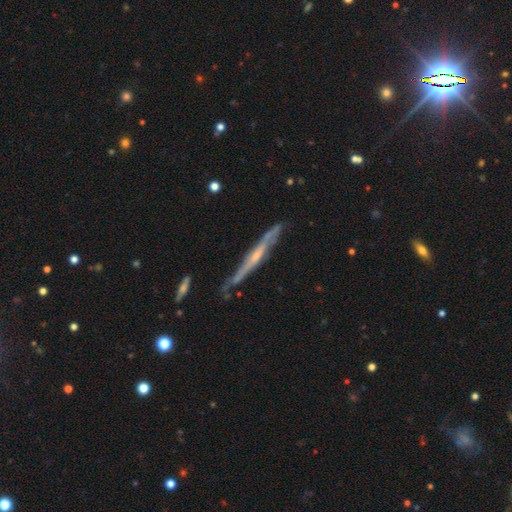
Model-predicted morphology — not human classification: Smooth or featured? Predicted: featured or disk (p=0.74). Edge-on disk? Predicted: yes (p=0.87). Edge-on bulge? Predicted: rounded (p=0.49). Merging? Predicted: none (p=0.69).